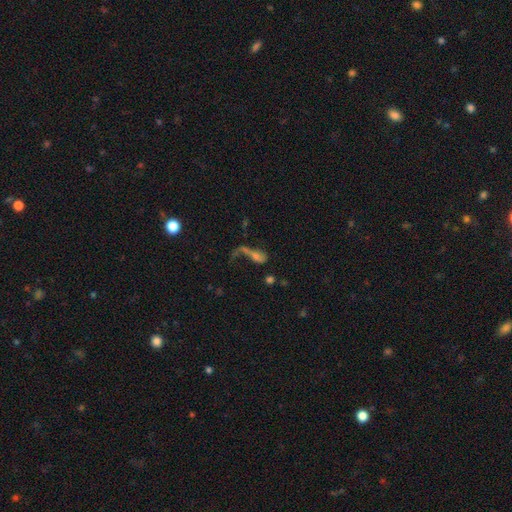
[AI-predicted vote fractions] smooth_or_featured: featured or disk (p=0.52) [alt: smooth p=0.31]
disk_edge_on: no (p=0.83) [alt: yes p=0.17]
merging: major disturbance (p=0.44) [alt: none p=0.27]